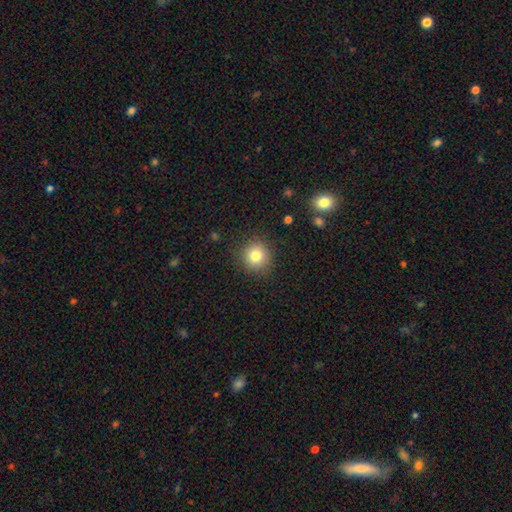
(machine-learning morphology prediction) type=smooth (80%); roundness=round (93%); merging=none (89%).